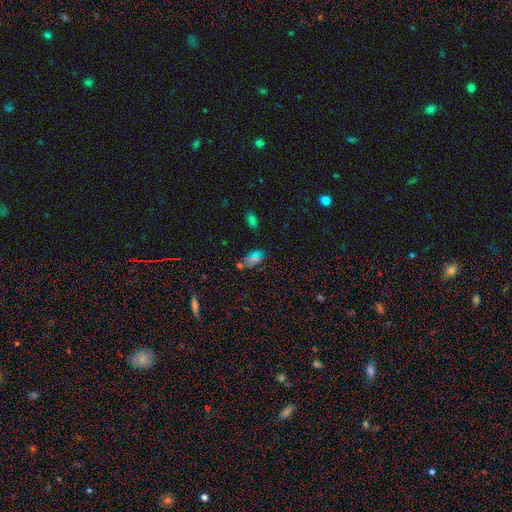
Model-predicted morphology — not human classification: This is possibly a smooth galaxy (59%). How rounded: clearly in between (90%). Merging: likely none (70%).